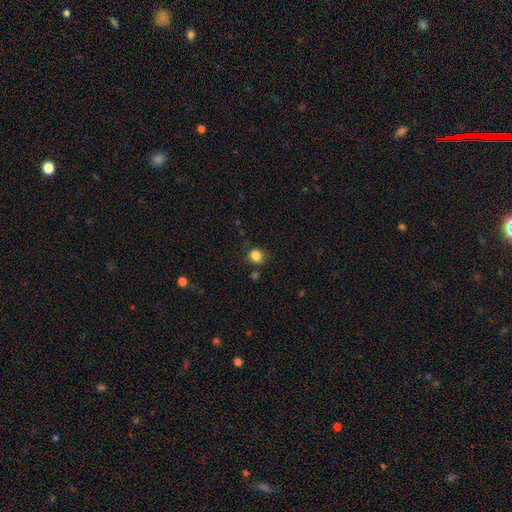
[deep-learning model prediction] smooth-or-featured: smooth: 84% | star or artifact: 12% | featured or disk: 5%
  how-rounded: round: 73% | in between: 26% | cigar-shaped: 1%
  merging: none: 74% | minor disturbance: 17% | major disturbance: 5% | merger: 4%